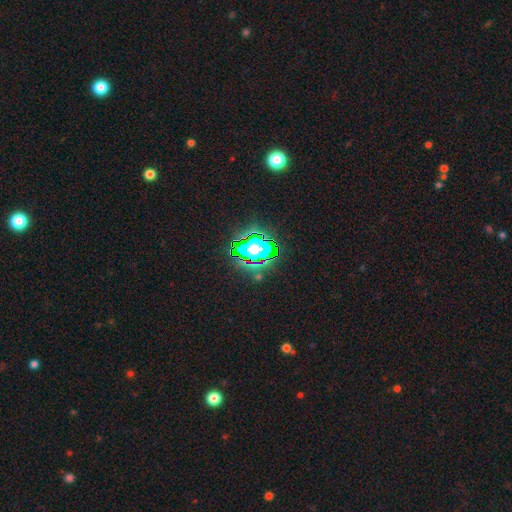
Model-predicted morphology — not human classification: Q: Smooth or featured?
A: star or artifact (81%); runner-up: smooth (11%)